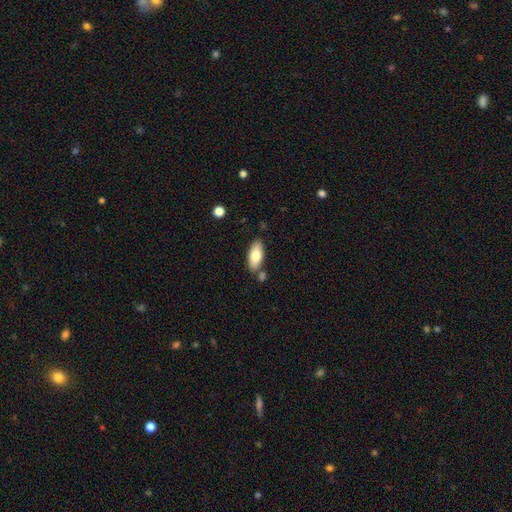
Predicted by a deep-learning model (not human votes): smooth 77%, featured or disk 16%, star or artifact 6%. Down the decision tree: how rounded — in between (87%); merging — none (77%).